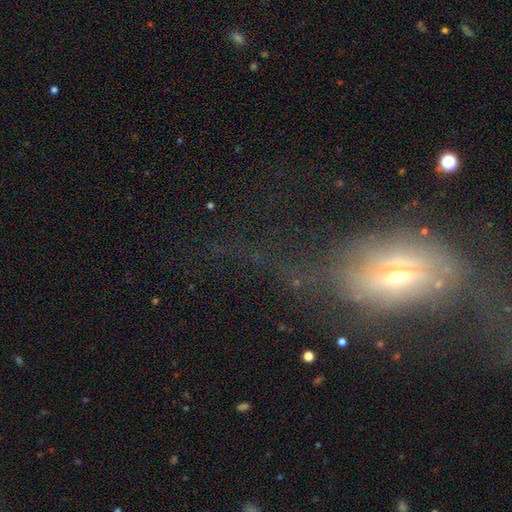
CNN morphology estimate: This is marginally a featured or disk galaxy (42%). Merging: marginally major disturbance (39%, tied with none).